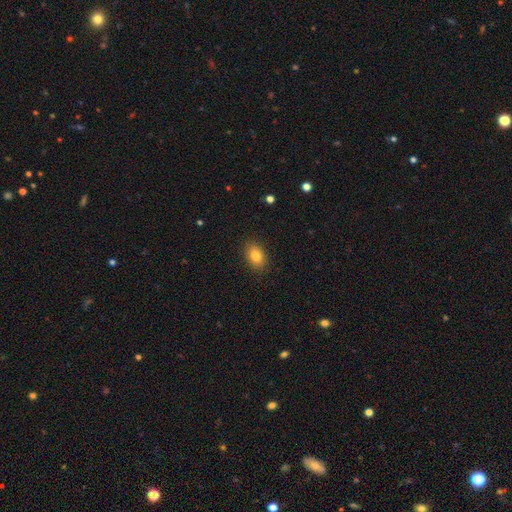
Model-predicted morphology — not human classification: A smooth galaxy with no disk features (82%) that is in between round and cigar-shaped (77%).

Vote fractions:
- Smooth or featured? smooth: 82% / star or artifact: 10% / featured or disk: 8%
- How rounded? in between: 77% / round: 22% / cigar-shaped: 1%
- Merging? none: 89% / minor disturbance: 8% / major disturbance: 2% / merger: 1%